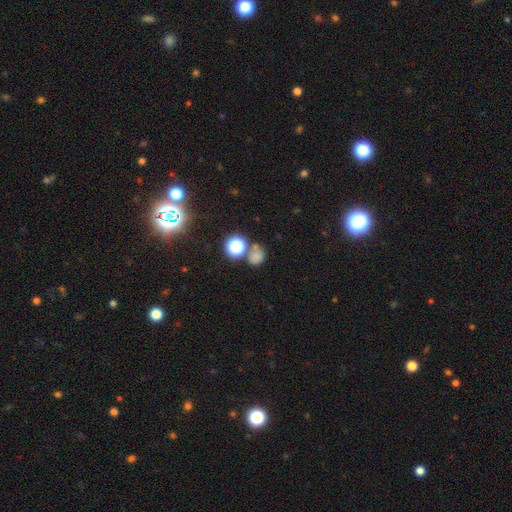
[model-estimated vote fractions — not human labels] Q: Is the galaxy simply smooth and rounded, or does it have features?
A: smooth — 67%.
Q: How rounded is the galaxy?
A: round — 71%.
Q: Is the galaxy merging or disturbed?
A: none — 54%.